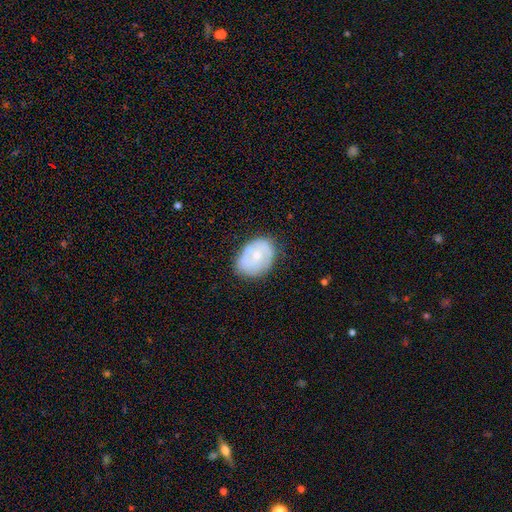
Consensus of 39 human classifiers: Smooth or featured? 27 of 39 (69%) said smooth. How rounded? 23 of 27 (85%) said in between. Merging? 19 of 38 (50%) said none.